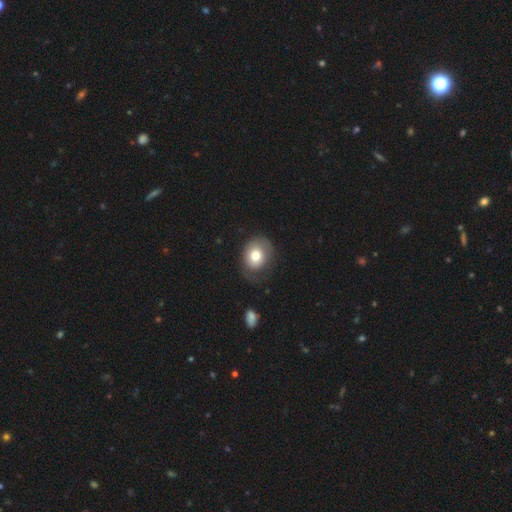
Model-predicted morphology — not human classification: This is likely a smooth galaxy (71%). How rounded: possibly round (57%). Merging: possibly none (55%).